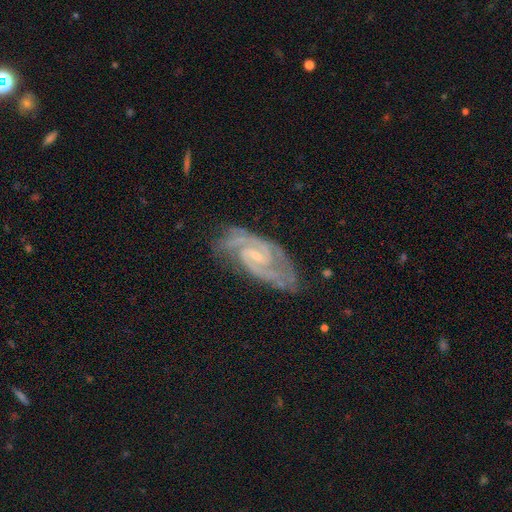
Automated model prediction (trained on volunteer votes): Smooth or featured: featured or disk — 91% (star or artifact — 5%)
Edge-on disk: no — 96% (yes — 4%)
Bar: weak — 52% (no — 31%)
Spiral arms: yes — 98% (no — 2%)
Spiral winding: medium — 48% (tight — 44%)
Spiral arm count: 2 — 79% (3 — 9%)
Bulge size: small — 74% (moderate — 19%)
Merging: none — 73% (minor disturbance — 19%)